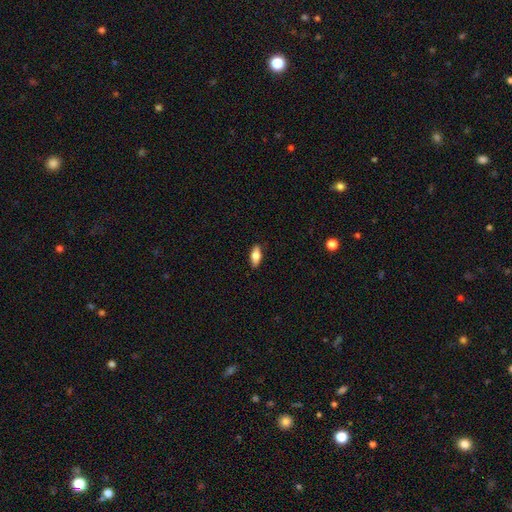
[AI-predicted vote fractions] Smooth or featured? smooth (73%)
How rounded? in between (81%)
Merging? none (88%)